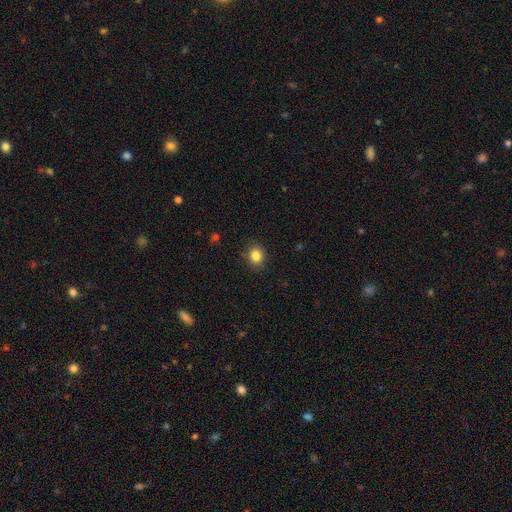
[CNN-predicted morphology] A smooth galaxy with no disk features (84%) that is round (74%). Merging: none (88%).